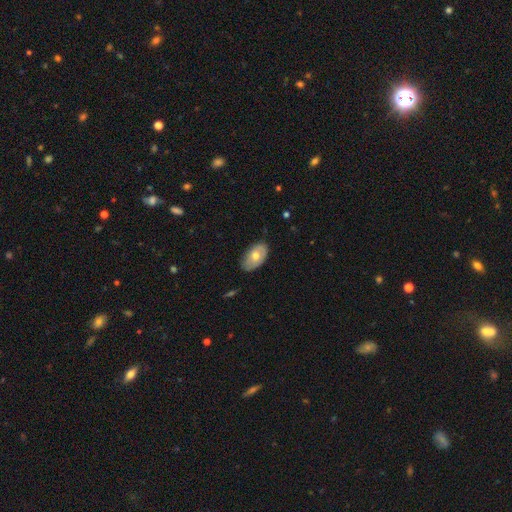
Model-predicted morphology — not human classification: A smooth galaxy with no disk features (62%) that is in between round and cigar-shaped (92%). Merging: none (79%).